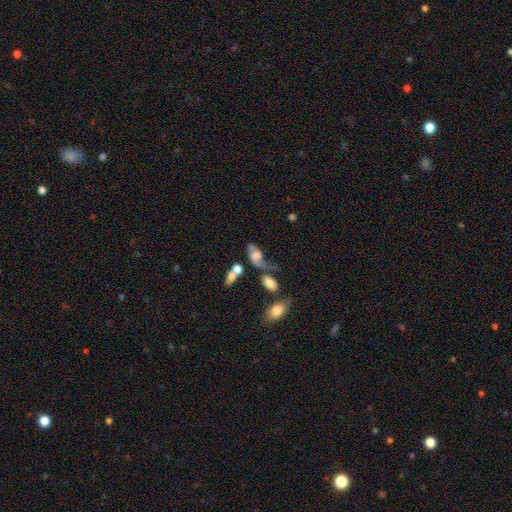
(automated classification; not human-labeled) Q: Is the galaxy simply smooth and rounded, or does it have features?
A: smooth — 45%.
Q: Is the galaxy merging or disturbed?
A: major disturbance — 33%.